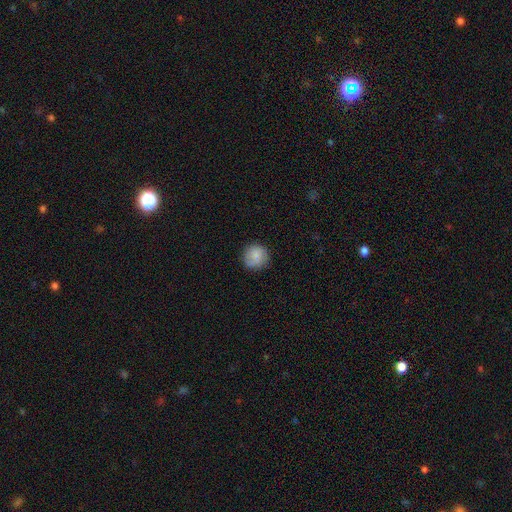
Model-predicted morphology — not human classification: Smooth or featured? smooth (79%)
How rounded? round (91%)
Merging? none (80%)